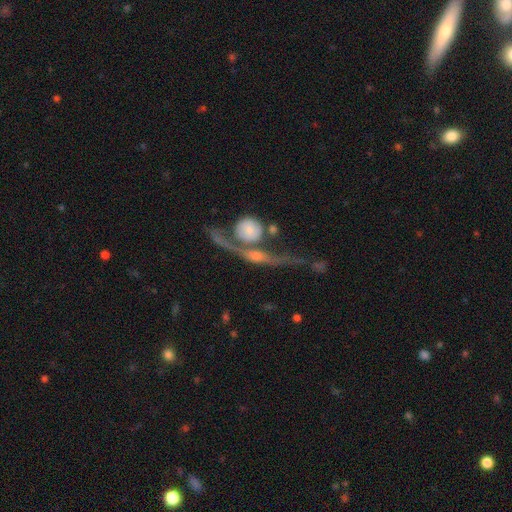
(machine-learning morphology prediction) A featured or disk galaxy (69%) viewed edge-on (66%). Merging: none (44%).